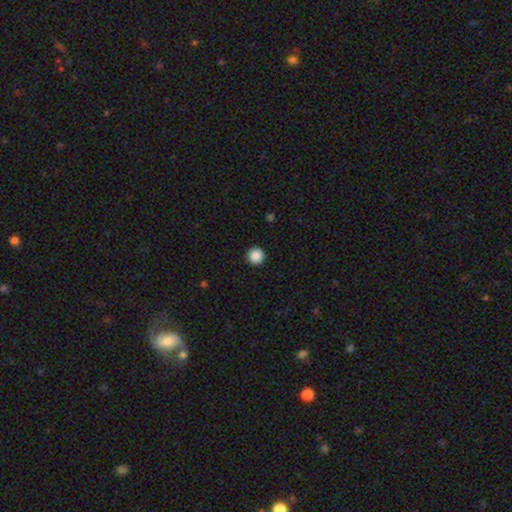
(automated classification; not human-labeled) Smooth or featured? Predicted: smooth (p=0.89). How rounded? Predicted: round (p=0.96). Merging? Predicted: none (p=0.93).